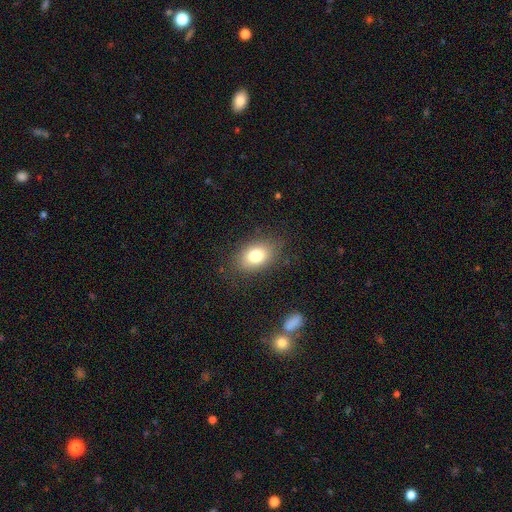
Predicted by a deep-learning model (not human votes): Smooth or featured: smooth — 79% (featured or disk — 12%)
How rounded: in between — 79% (round — 20%)
Merging: none — 81% (minor disturbance — 13%)